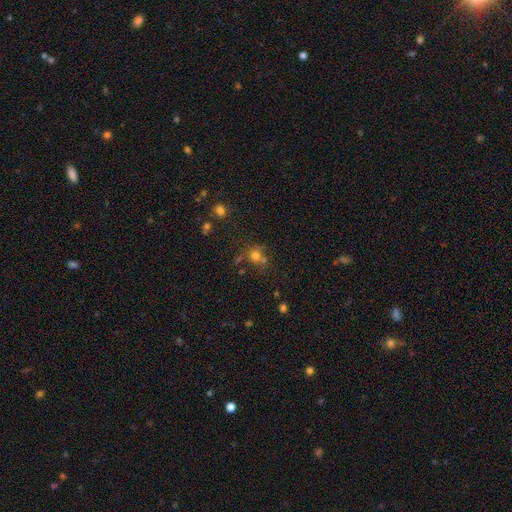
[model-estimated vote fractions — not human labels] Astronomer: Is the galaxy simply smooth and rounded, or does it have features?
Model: smooth — 69%.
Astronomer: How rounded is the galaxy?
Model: round — 86%.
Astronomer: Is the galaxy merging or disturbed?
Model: none — 57%.